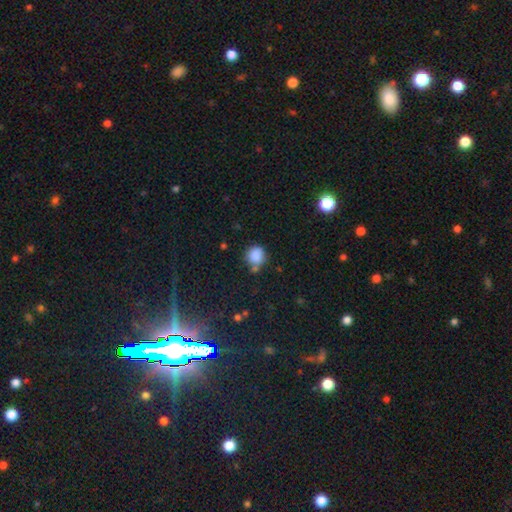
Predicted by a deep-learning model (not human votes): A smooth galaxy with no disk features (85%) that is round (83%).

Vote fractions:
- Smooth or featured? smooth: 85% / star or artifact: 10% / featured or disk: 5%
- How rounded? round: 83% / in between: 16% / cigar-shaped: 1%
- Merging? none: 64% / minor disturbance: 19% / merger: 12% / major disturbance: 5%